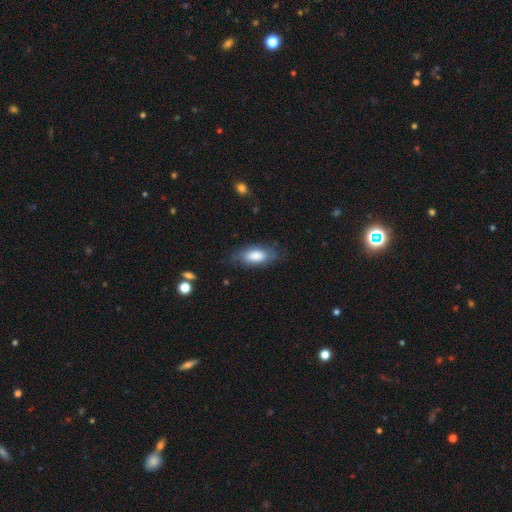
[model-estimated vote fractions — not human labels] smooth 75%, featured or disk 19%, star or artifact 6%. Down the decision tree: how rounded — in between (86%); merging — none (69%).